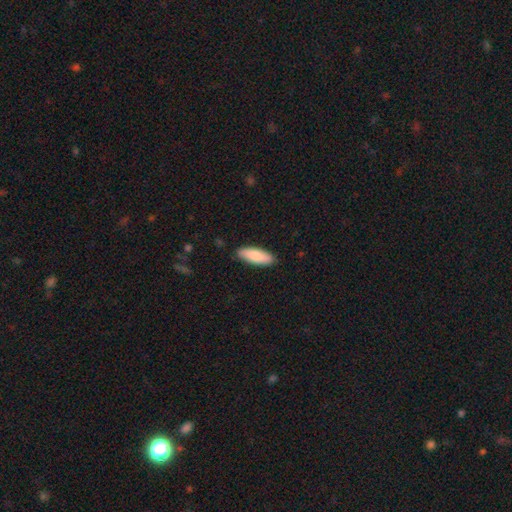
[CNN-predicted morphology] The model was most divided on "how rounded": in between: 61%, cigar-shaped: 38%, round: 2%. More confident: merging — none (88%); smooth or featured — smooth (86%).